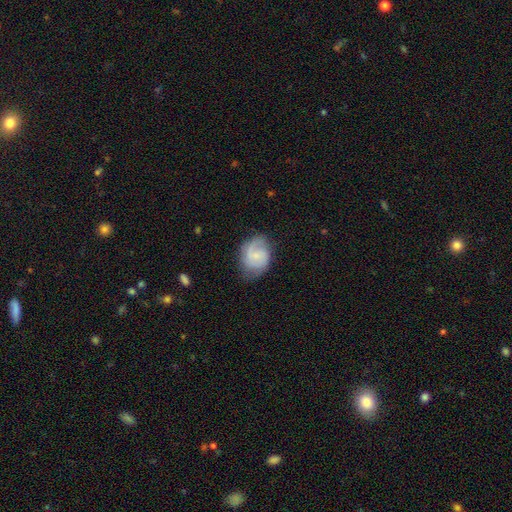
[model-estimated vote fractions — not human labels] A featured or disk galaxy (52%) with no bar (55%), spiral arms (90%) and a small central bulge (54%).

Vote fractions:
- Smooth or featured? featured or disk: 52% / smooth: 40% / star or artifact: 7%
- Edge-on disk? no: 98% / yes: 2%
- Bar? no: 55% / weak: 39% / strong: 6%
- Spiral arms? yes: 90% / no: 10%
- Bulge size? small: 54% / none: 25% / moderate: 18% / large: 3% / dominant: 1%
- Merging? none: 64% / minor disturbance: 25% / major disturbance: 10% / merger: 2%